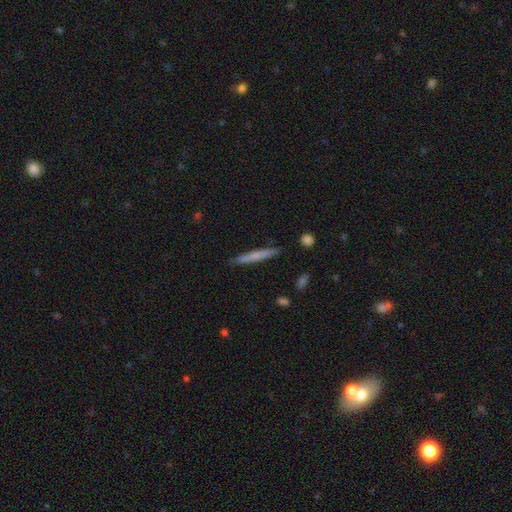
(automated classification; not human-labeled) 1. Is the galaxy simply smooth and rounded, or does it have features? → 58% smooth, 36% featured or disk, 6% star or artifact.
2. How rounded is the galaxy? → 96% cigar-shaped, 3% in between, 2% round.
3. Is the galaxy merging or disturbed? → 88% none, 8% minor disturbance, 2% major disturbance, 2% merger.